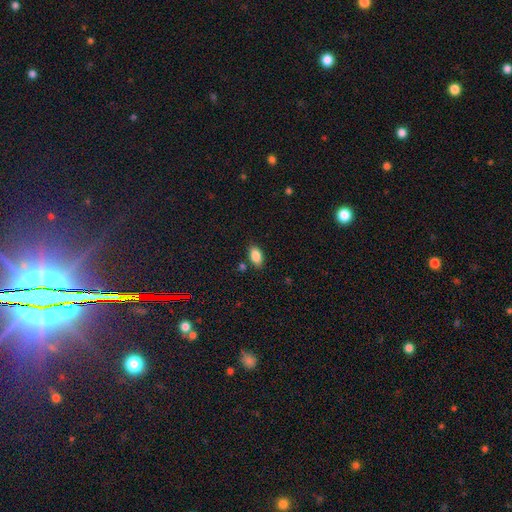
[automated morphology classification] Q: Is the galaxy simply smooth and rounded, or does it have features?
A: smooth — 86%.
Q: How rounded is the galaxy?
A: in between — 92%.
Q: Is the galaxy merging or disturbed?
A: none — 81%.